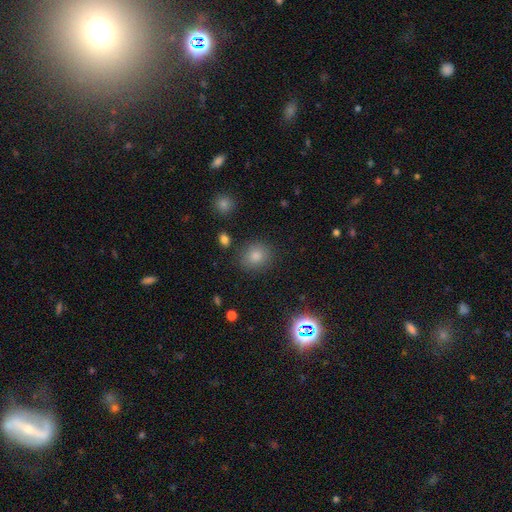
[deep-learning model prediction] Morphology: type=smooth (83%); roundness=round (75%); merging=none (84%).